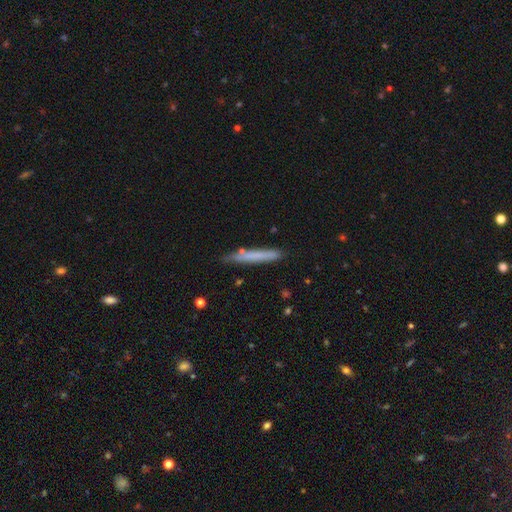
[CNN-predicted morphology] smooth_or_featured: smooth (p=0.67) [alt: featured or disk p=0.27]
how_rounded: cigar-shaped (p=0.95) [alt: in between p=0.03]
merging: none (p=0.79) [alt: minor disturbance p=0.15]